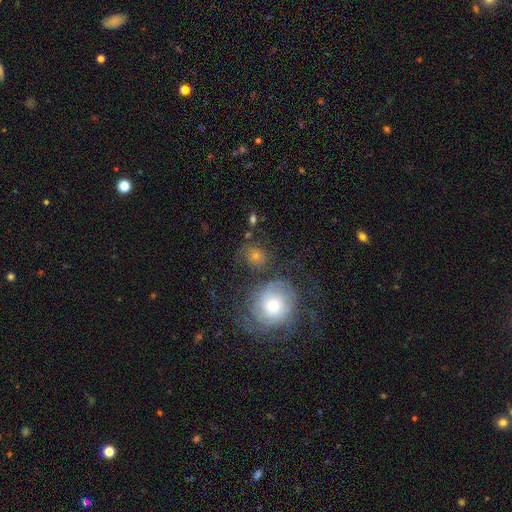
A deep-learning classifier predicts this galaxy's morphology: Overall: featured or disk (48%; smooth 37%). Merging: none (62%).